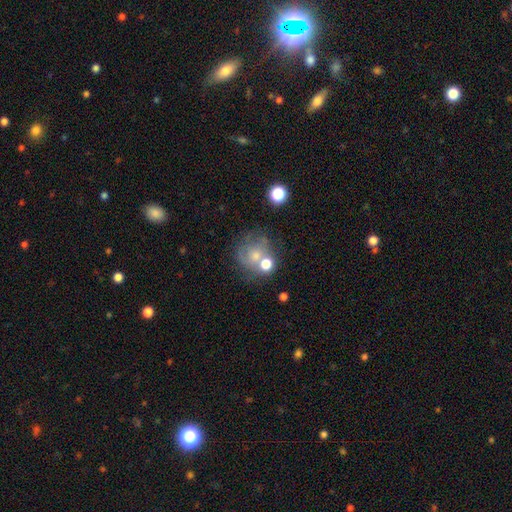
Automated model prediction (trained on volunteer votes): Smooth or featured?
  - smooth: 47% *
  - featured or disk: 37%
  - star or artifact: 17%
Merging?
  - none: 48% *
  - merger: 20%
  - minor disturbance: 18%
  - major disturbance: 14%